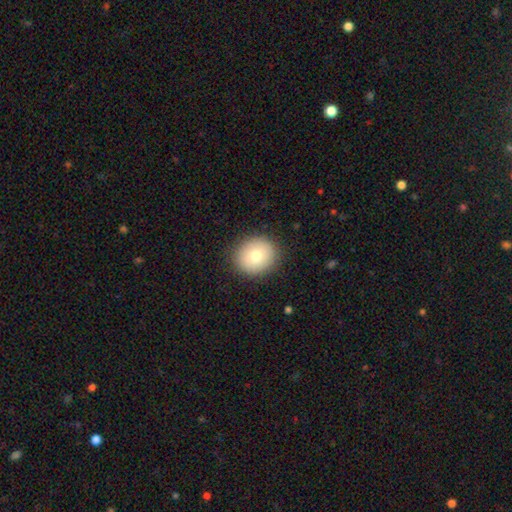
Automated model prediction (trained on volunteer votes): smooth_or_featured: smooth (p=0.76) [alt: featured or disk p=0.14]
how_rounded: round (p=0.76) [alt: in between p=0.24]
merging: none (p=0.89) [alt: minor disturbance p=0.08]